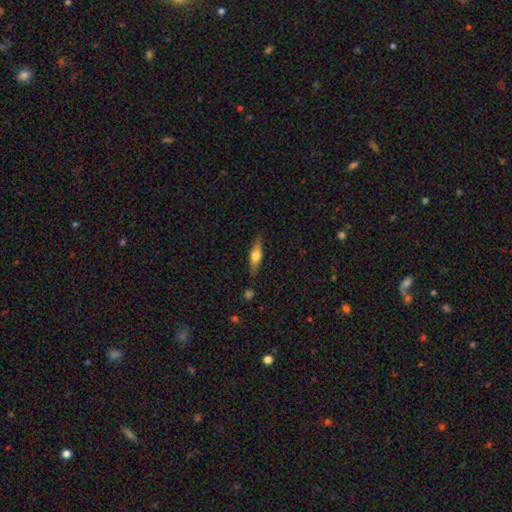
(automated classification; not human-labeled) smooth_or_featured: smooth (p=0.48) [alt: featured or disk p=0.45]
merging: none (p=0.83) [alt: minor disturbance p=0.12]